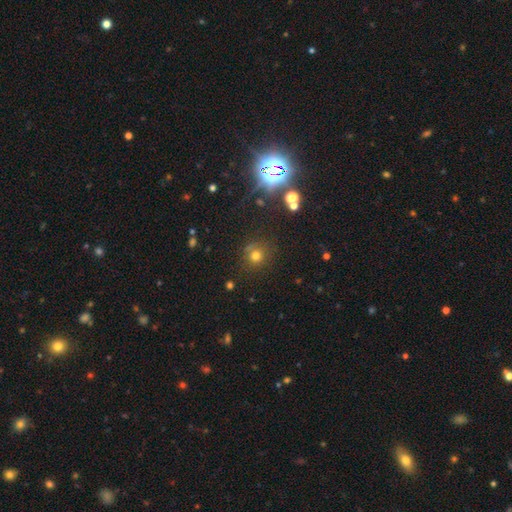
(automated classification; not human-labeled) smooth_or_featured: smooth (p=0.69) [alt: star or artifact p=0.23]
how_rounded: round (p=0.90) [alt: in between p=0.09]
merging: none (p=0.77) [alt: minor disturbance p=0.12]